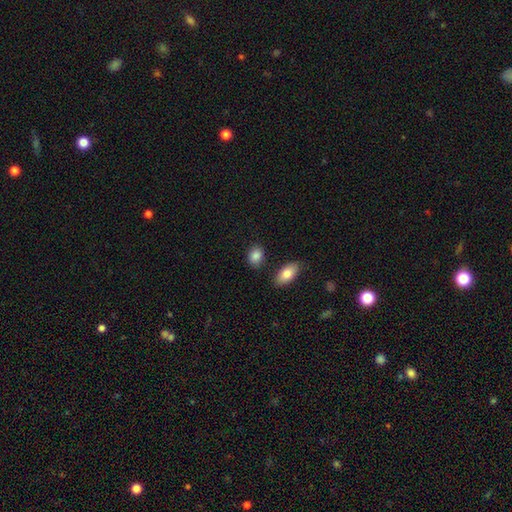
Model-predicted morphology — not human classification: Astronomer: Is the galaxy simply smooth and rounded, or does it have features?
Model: smooth — 87%.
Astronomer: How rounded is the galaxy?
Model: in between — 73%.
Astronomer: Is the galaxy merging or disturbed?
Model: none — 78%.